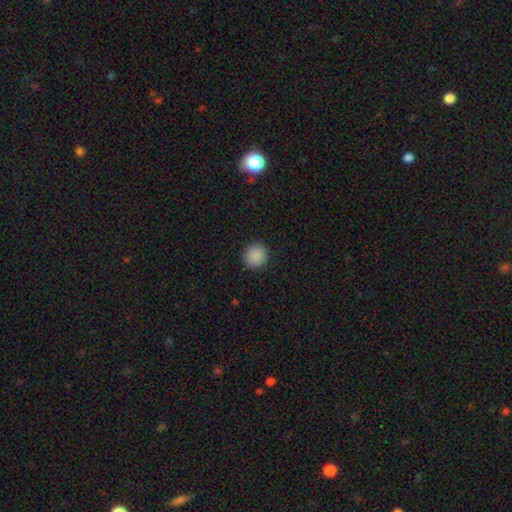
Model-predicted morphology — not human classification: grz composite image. It shows a smooth galaxy with no disk features (90%) that is round (94%). Merging: none (92%).